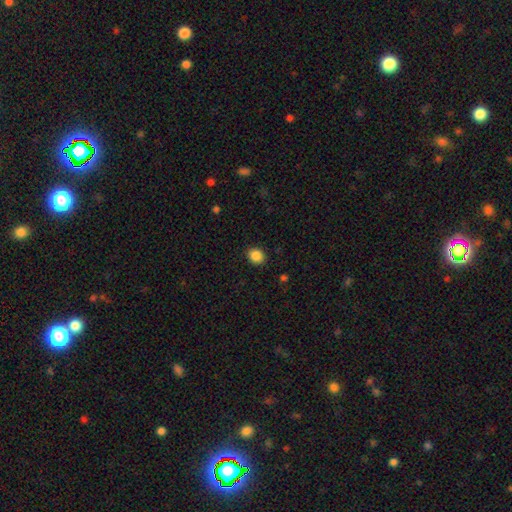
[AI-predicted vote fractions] Morphology: type=smooth (87%); roundness=round (73%); merging=none (90%).